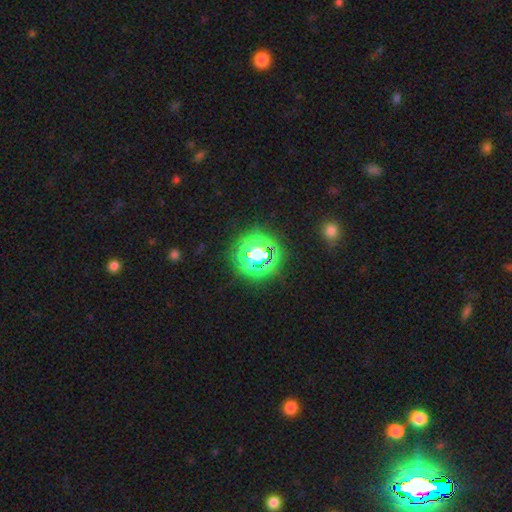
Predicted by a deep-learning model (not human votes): A star or artifact, not a galaxy (58%).